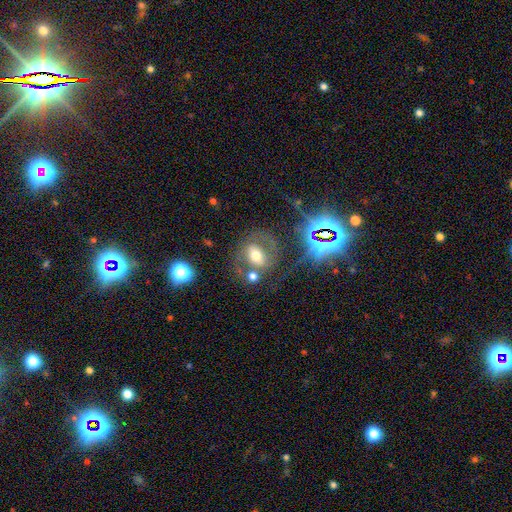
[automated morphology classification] This is possibly a featured or disk galaxy (46%). Merging: possibly none (56%).